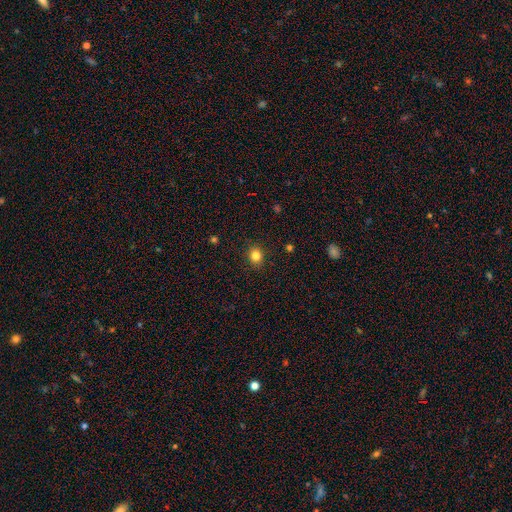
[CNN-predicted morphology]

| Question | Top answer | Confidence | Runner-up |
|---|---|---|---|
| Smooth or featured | smooth | 83% | star or artifact (12%) |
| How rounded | round | 74% | in between (25%) |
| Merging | none | 90% | minor disturbance (7%) |